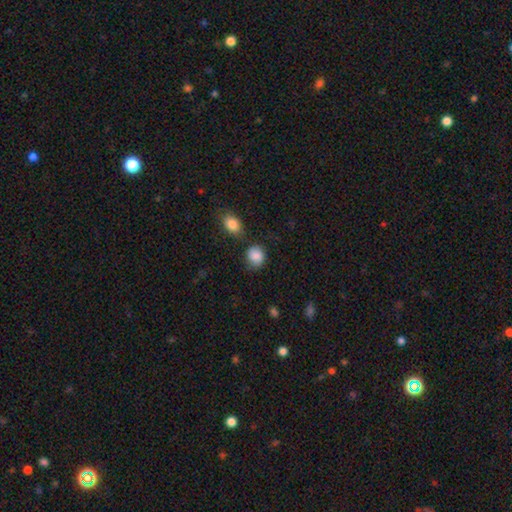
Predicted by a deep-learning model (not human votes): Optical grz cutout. It shows a smooth galaxy with no disk features (87%) that is round (69%). Merging: none (71%).